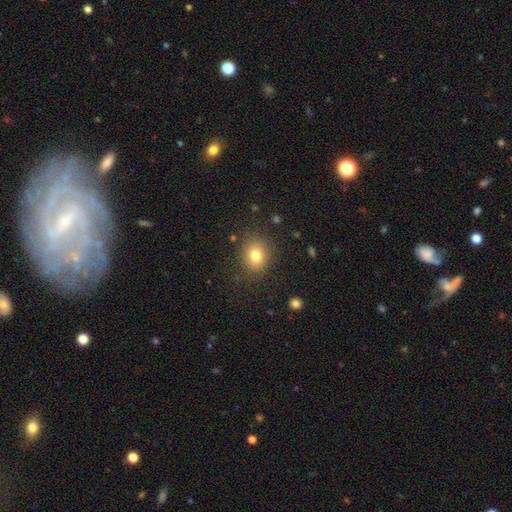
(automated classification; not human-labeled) smooth_or_featured: smooth (p=0.79) [alt: star or artifact p=0.12]
how_rounded: round (p=0.61) [alt: in between p=0.38]
merging: none (p=0.84) [alt: minor disturbance p=0.11]